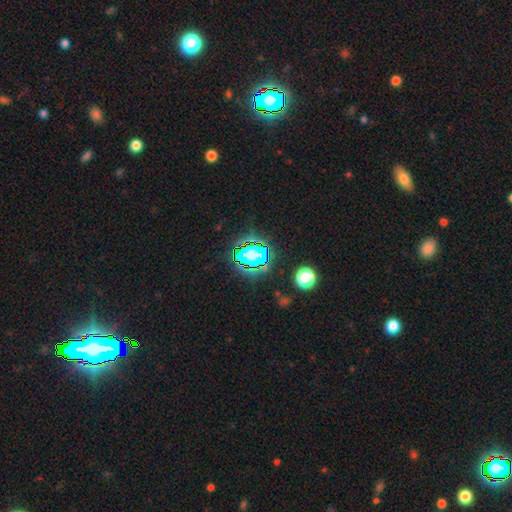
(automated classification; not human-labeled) star or artifact 81%, smooth 12%, featured or disk 8%.